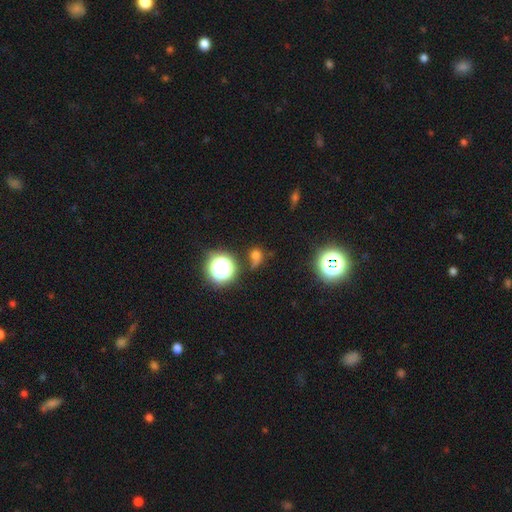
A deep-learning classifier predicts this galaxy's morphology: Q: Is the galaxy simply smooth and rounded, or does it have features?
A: smooth — 58%.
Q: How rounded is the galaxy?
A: round — 73%.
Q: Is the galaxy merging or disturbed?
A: none — 54%.